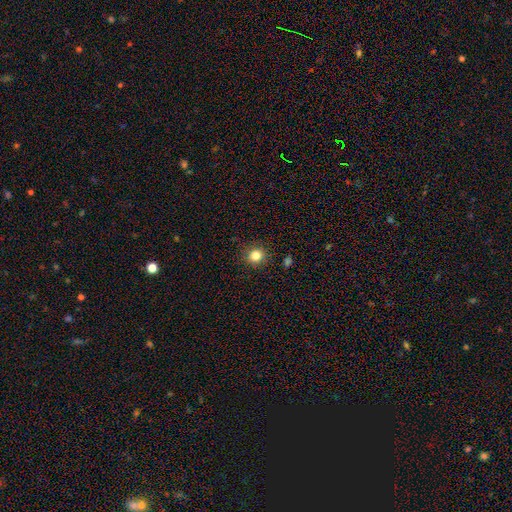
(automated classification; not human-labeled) The model was most divided on "smooth or featured": smooth: 83%, star or artifact: 12%, featured or disk: 5%. More confident: merging — none (89%); how rounded — round (87%).